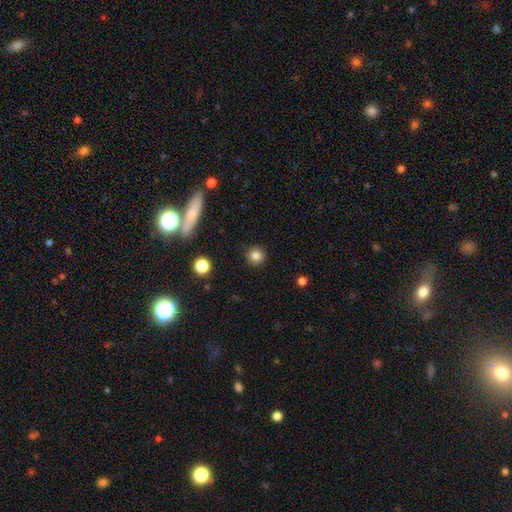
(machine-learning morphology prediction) Overall: smooth (84%). How rounded: round (94%). Merging: none (91%).